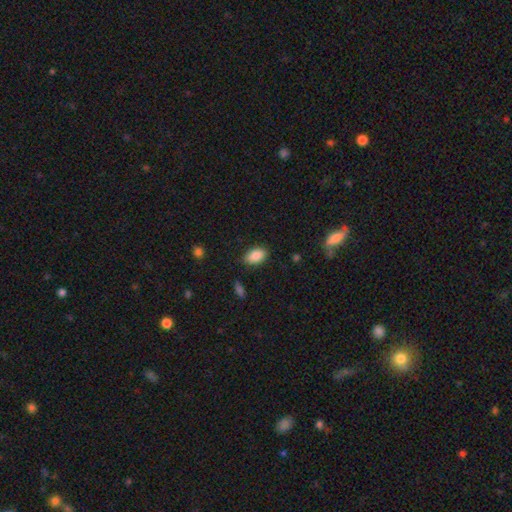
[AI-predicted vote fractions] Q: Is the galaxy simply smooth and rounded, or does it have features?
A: smooth — 87%.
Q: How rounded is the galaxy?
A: in between — 91%.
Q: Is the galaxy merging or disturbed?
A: none — 83%.